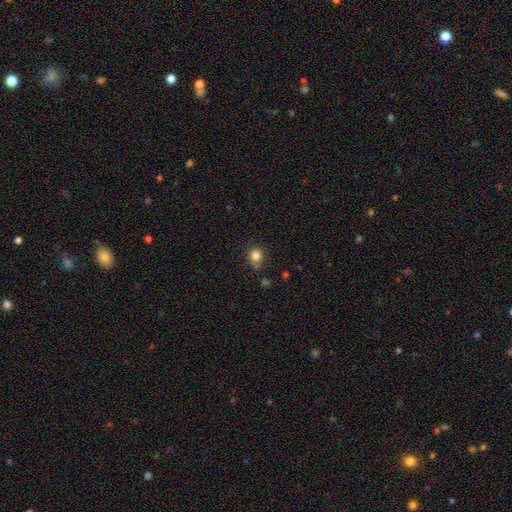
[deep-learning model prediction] A smooth galaxy with no disk features (82%) that is round (84%). Merging: none (71%).